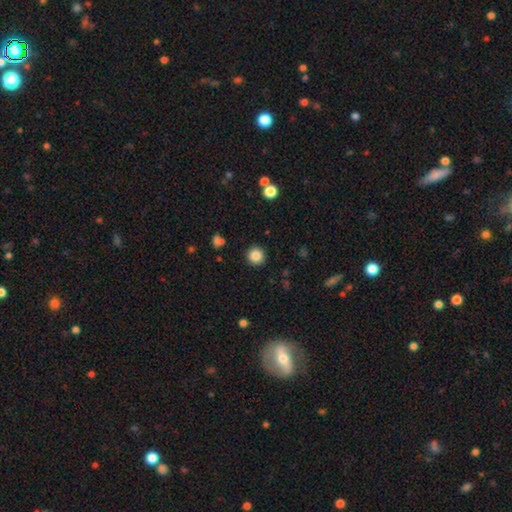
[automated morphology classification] smooth_or_featured: smooth (p=0.85) [alt: star or artifact p=0.10]
how_rounded: round (p=0.95) [alt: in between p=0.04]
merging: none (p=0.91) [alt: minor disturbance p=0.05]